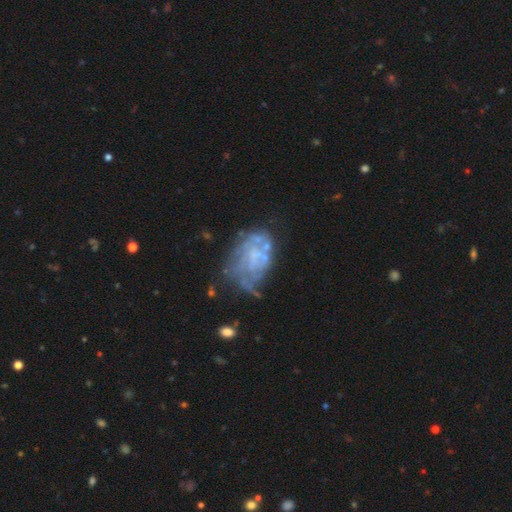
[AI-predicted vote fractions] Smooth or featured?
  - featured or disk: 70% *
  - smooth: 20%
  - star or artifact: 10%
Edge-on disk?
  - no: 98% *
  - yes: 2%
Bar?
  - no: 77% *
  - weak: 18%
  - strong: 4%
Spiral arms?
  - no: 55% *
  - yes: 45%
Bulge size?
  - none: 62% *
  - small: 21%
  - moderate: 13%
  - large: 3%
  - dominant: 1%
Merging?
  - none: 39% *
  - minor disturbance: 27%
  - major disturbance: 26%
  - merger: 8%